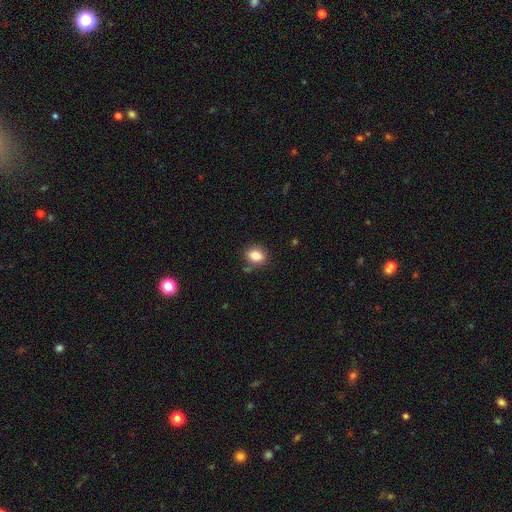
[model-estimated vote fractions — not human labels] Q: Smooth or featured?
A: smooth (84%); runner-up: star or artifact (9%)
Q: How rounded?
A: in between (54%); runner-up: round (45%)
Q: Merging?
A: none (82%); runner-up: minor disturbance (11%)